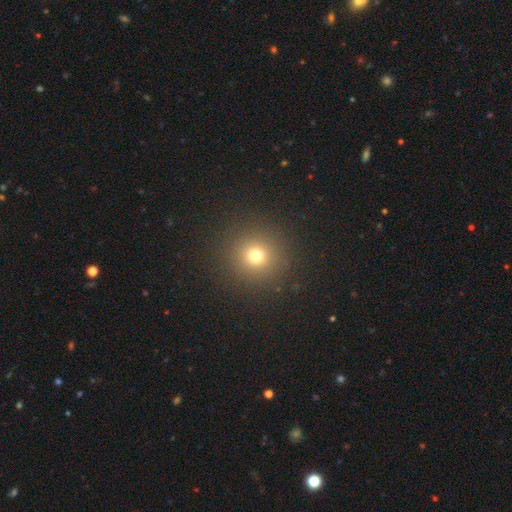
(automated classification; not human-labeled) The model was most divided on "smooth or featured": smooth: 72%, star or artifact: 20%, featured or disk: 8%. More confident: how rounded — round (93%); merging — none (90%).